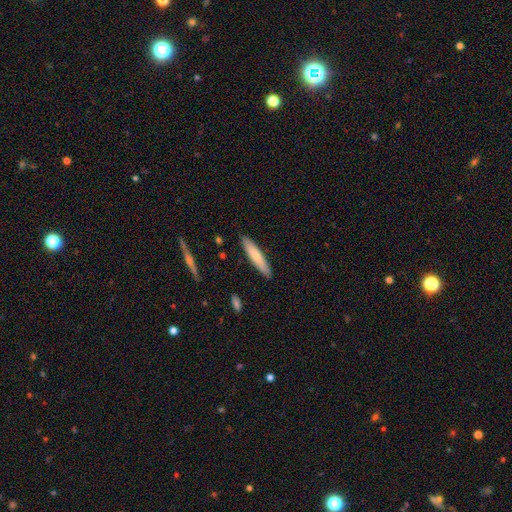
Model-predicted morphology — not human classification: Smooth or featured? Predicted: smooth (p=0.71). How rounded? Predicted: cigar-shaped (p=0.85). Merging? Predicted: none (p=0.89).